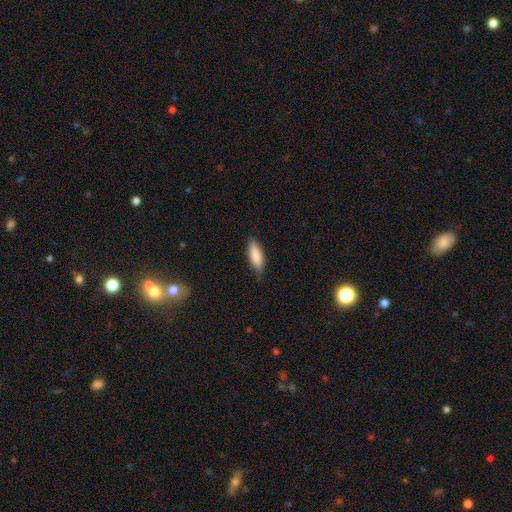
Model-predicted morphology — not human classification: type=smooth (86%); roundness=in between (69%); merging=none (80%).